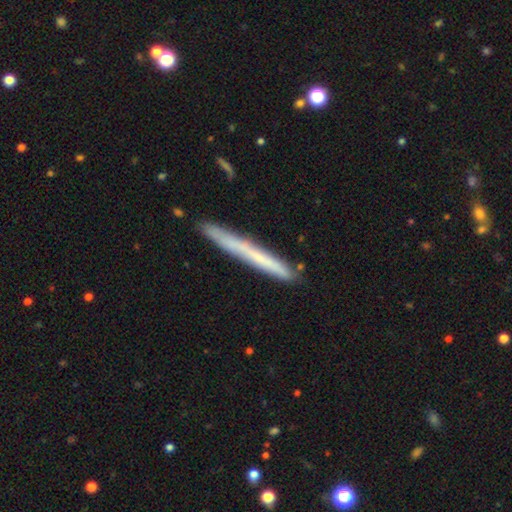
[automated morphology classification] This appears to be a smooth galaxy with no disk features (52%) that is cigar-shaped (97%). Merging: none (83%).